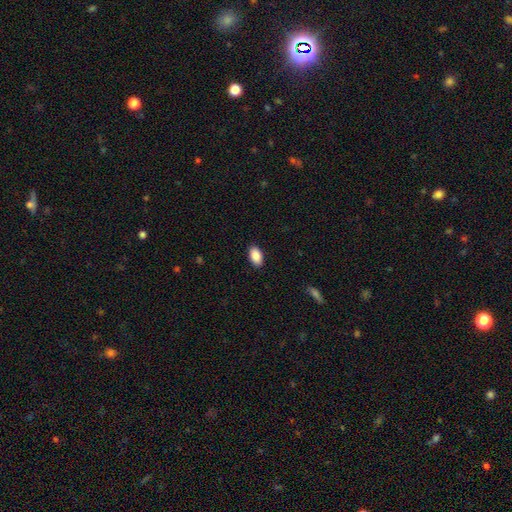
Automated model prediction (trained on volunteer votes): This is clearly a smooth galaxy (90%). How rounded: clearly in between (94%). Merging: clearly none (89%).